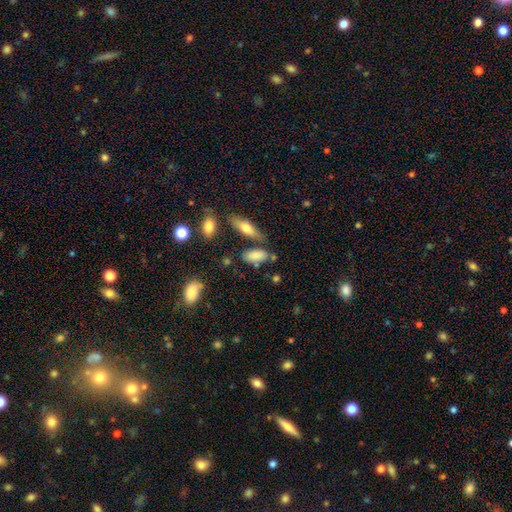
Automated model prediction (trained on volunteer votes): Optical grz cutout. It shows a smooth galaxy with no disk features (81%) that is in between round and cigar-shaped (83%). Merging: none (64%).